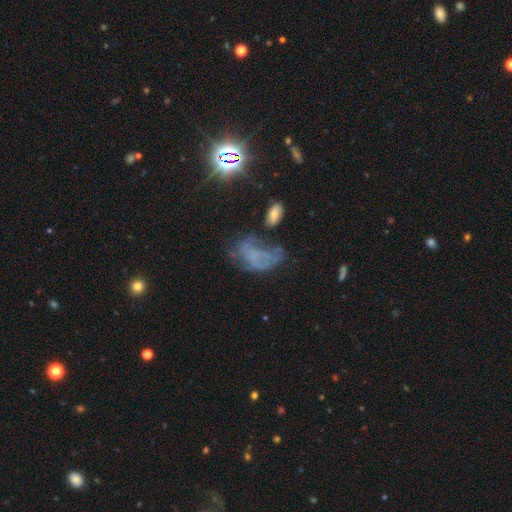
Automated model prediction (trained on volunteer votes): This appears to be a featured or disk galaxy (46%). Merging: major disturbance (37%).